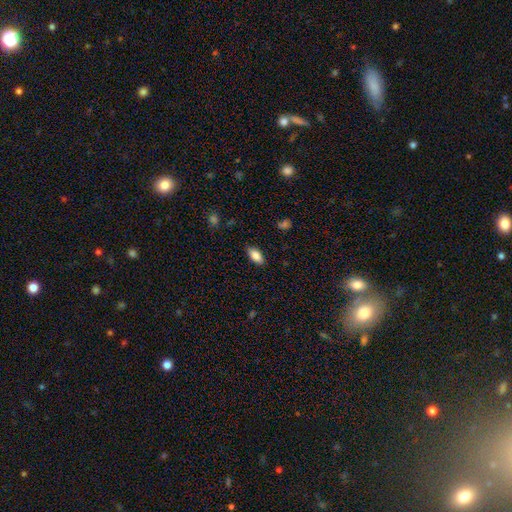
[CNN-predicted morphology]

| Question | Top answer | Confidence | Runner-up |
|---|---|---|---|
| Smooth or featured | smooth | 86% | star or artifact (7%) |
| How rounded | in between | 91% | cigar-shaped (6%) |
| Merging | none | 86% | minor disturbance (10%) |